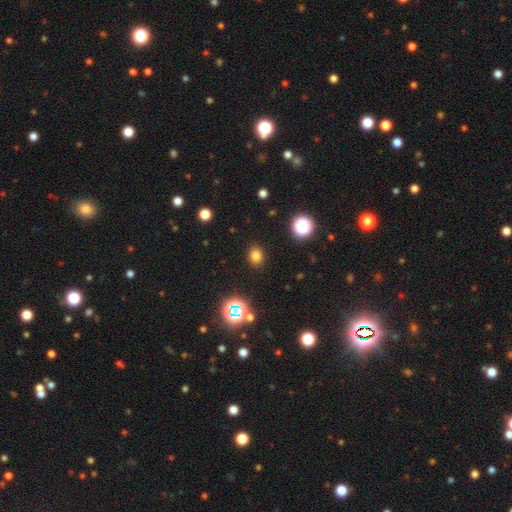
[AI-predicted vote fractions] Q: Smooth or featured?
A: smooth (77%); runner-up: star or artifact (17%)
Q: How rounded?
A: round (50%); runner-up: in between (49%)
Q: Merging?
A: none (89%); runner-up: minor disturbance (7%)